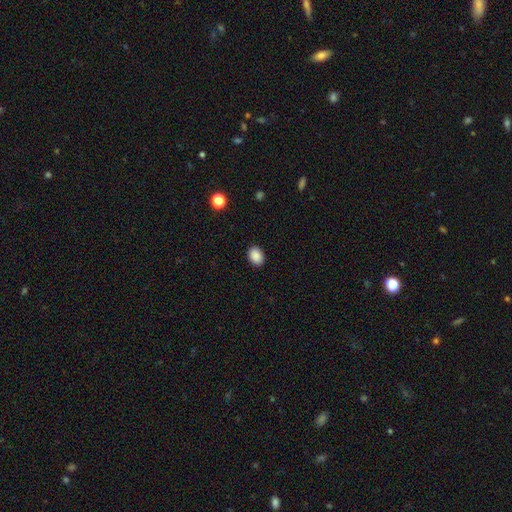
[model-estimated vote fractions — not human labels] A smooth galaxy with no disk features (89%) that is in between round and cigar-shaped (70%).

Vote fractions:
- Smooth or featured? smooth: 89% / star or artifact: 8% / featured or disk: 3%
- How rounded? in between: 70% / round: 29% / cigar-shaped: 1%
- Merging? none: 90% / minor disturbance: 7% / major disturbance: 2% / merger: 1%